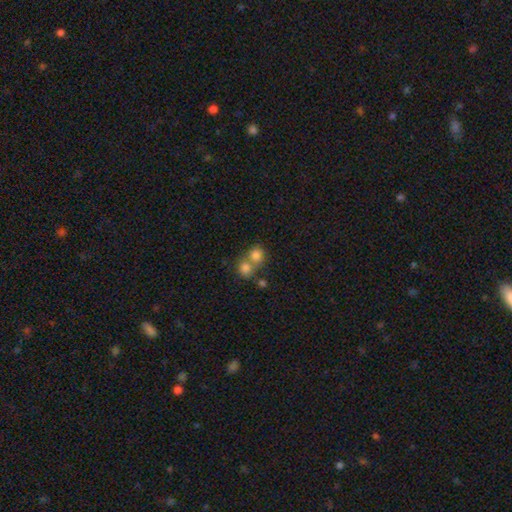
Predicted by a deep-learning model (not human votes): Smooth or featured? Predicted: smooth (p=0.80). How rounded? Predicted: round (p=0.79). Merging? Predicted: merger (p=0.50).